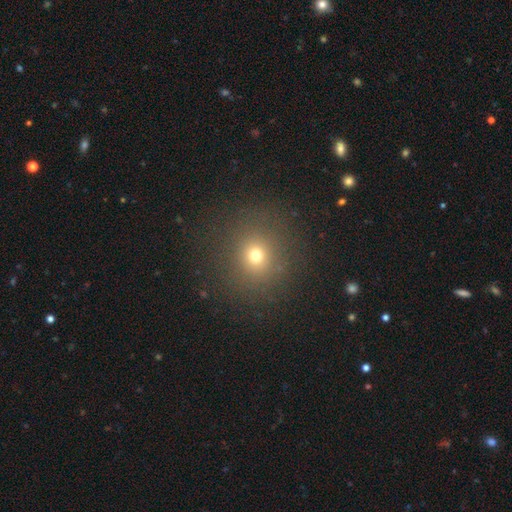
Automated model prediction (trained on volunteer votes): The model was most divided on "smooth or featured": smooth: 70%, star or artifact: 21%, featured or disk: 9%. More confident: merging — none (86%); how rounded — round (83%).